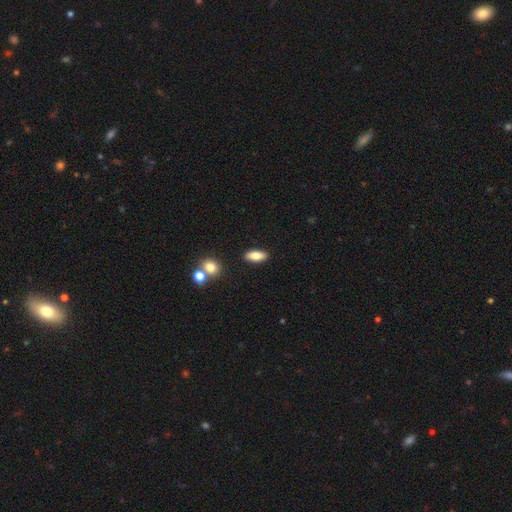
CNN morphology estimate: Overall: smooth (76%). How rounded: in between (75%). Merging: none (87%).